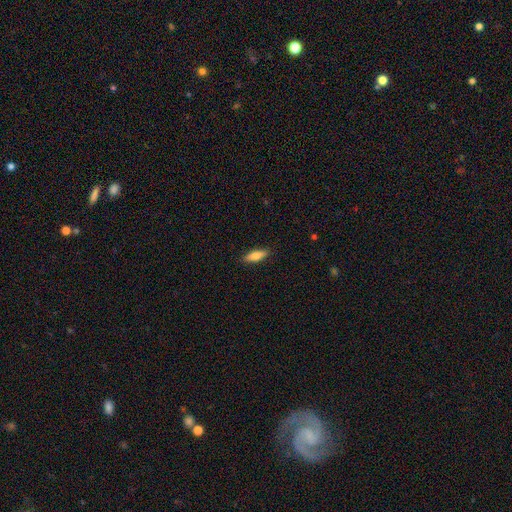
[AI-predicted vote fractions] Smooth or featured? smooth (76%)
How rounded? in between (50%)
Merging? none (89%)